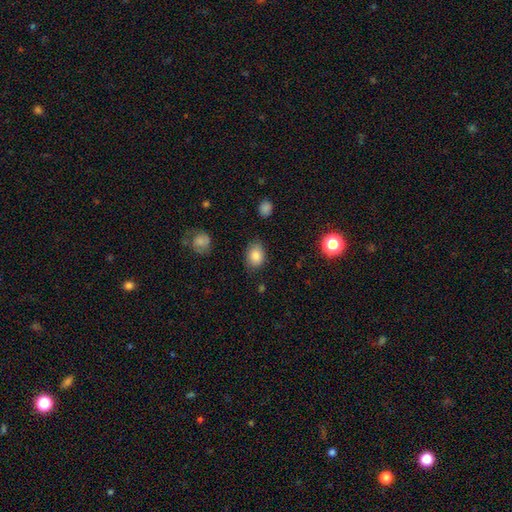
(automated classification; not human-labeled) Morphology: type=smooth (85%); roundness=in between (71%); merging=none (76%).